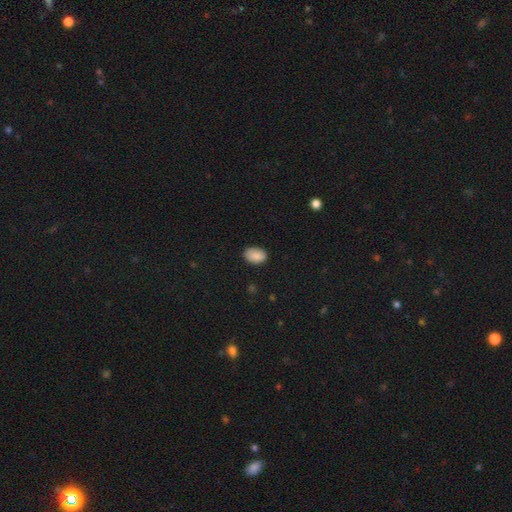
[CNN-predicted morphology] A smooth galaxy with no disk features (89%) that is in between round and cigar-shaped (86%). Merging: none (83%).